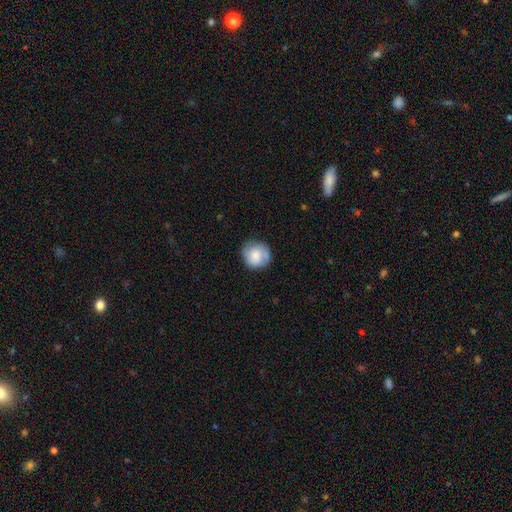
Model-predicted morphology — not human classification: Smooth or featured? smooth (66%)
How rounded? round (87%)
Merging? none (74%)